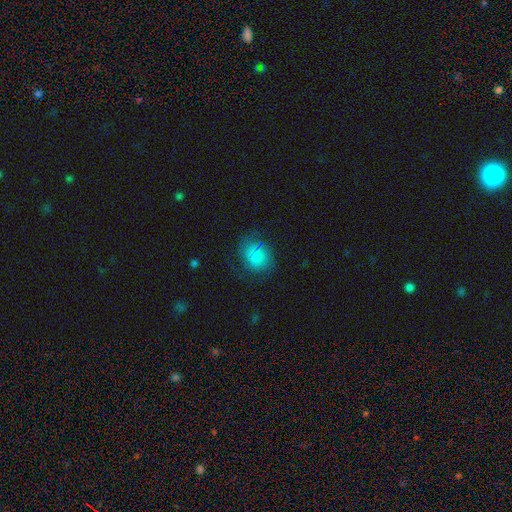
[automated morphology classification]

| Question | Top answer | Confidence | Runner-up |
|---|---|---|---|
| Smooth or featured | smooth | 69% | star or artifact (17%) |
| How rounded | round | 66% | in between (33%) |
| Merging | none | 67% | minor disturbance (20%) |